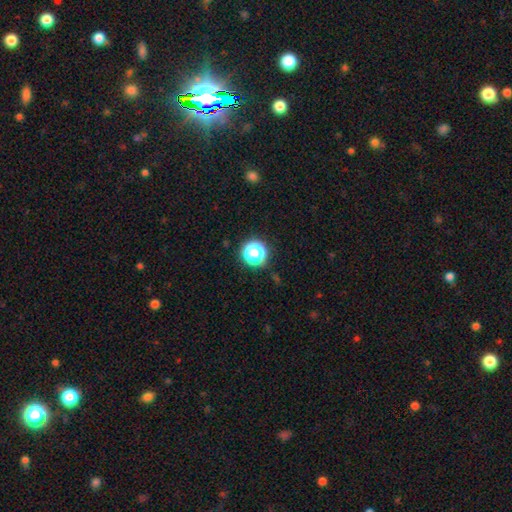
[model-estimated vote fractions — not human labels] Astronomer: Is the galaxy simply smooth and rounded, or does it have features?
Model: smooth — 54% (runner-up: star or artifact, 37%).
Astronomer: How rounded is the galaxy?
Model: round — 89%.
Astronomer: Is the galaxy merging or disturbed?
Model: none — 79%.